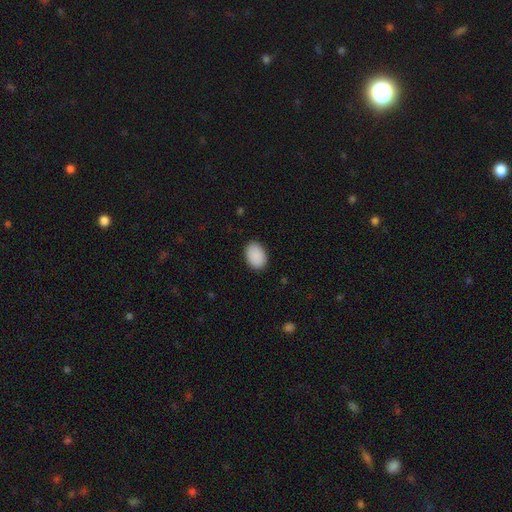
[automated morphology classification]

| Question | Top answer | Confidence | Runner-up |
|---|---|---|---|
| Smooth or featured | smooth | 91% | star or artifact (7%) |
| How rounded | in between | 85% | round (14%) |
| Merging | none | 88% | minor disturbance (9%) |